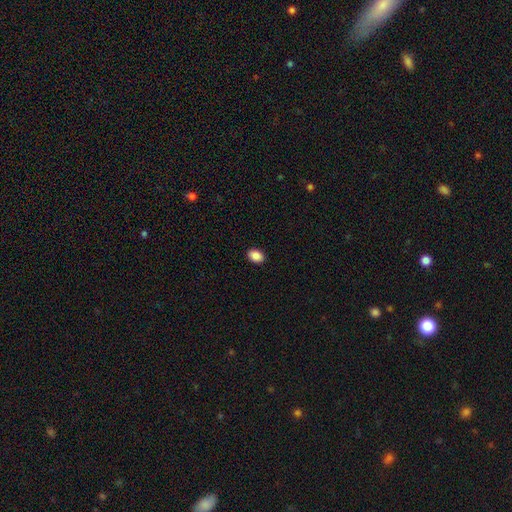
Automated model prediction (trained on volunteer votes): Smooth or featured: smooth — 89% (star or artifact — 8%)
How rounded: in between — 80% (round — 19%)
Merging: none — 91% (minor disturbance — 7%)